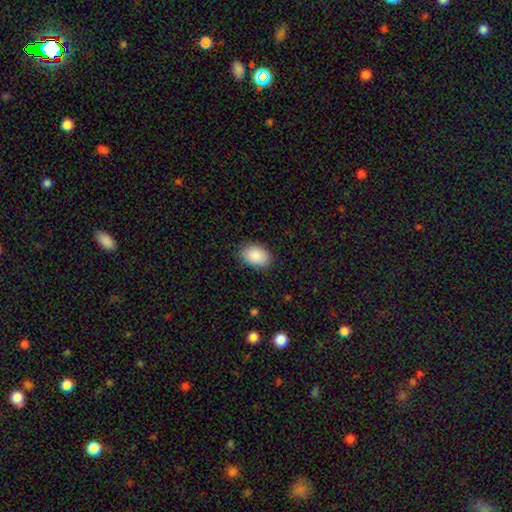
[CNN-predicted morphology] Smooth or featured?
  - smooth: 90% *
  - star or artifact: 7%
  - featured or disk: 4%
How rounded?
  - in between: 85% *
  - round: 14%
  - cigar-shaped: 1%
Merging?
  - none: 86% *
  - minor disturbance: 11%
  - major disturbance: 3%
  - merger: 1%